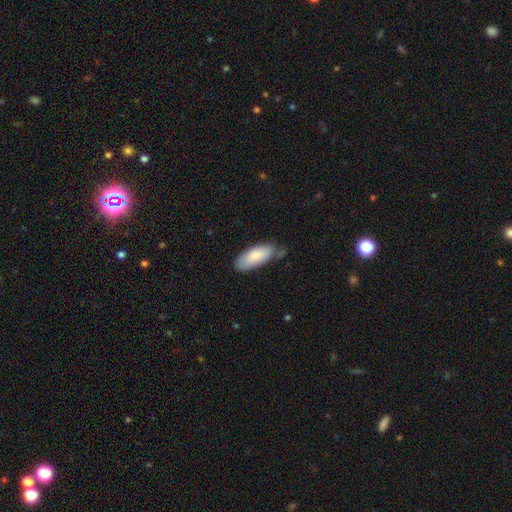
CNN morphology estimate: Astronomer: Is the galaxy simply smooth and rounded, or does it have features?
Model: smooth — 85%.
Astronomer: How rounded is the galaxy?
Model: in between — 83%.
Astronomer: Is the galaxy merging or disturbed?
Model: none — 60%.